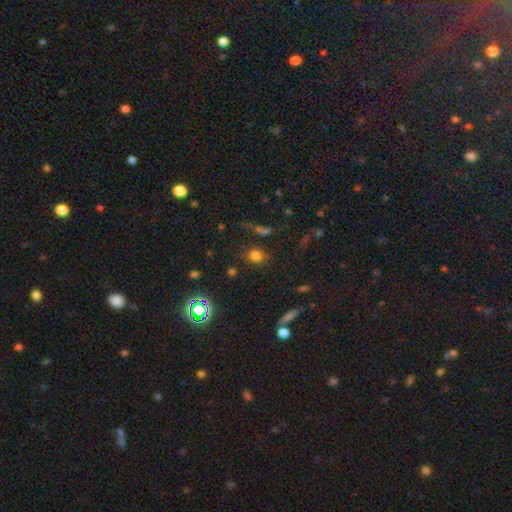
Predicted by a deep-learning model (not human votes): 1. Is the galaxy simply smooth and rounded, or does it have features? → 75% smooth, 18% star or artifact, 7% featured or disk.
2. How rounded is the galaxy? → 64% round, 34% in between, 2% cigar-shaped.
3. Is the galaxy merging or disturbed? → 77% none, 11% minor disturbance, 6% merger, 6% major disturbance.